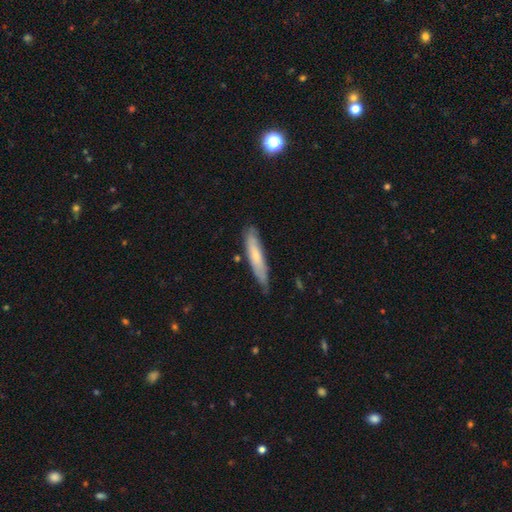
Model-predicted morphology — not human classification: smooth_or_featured: smooth (p=0.60) [alt: featured or disk p=0.35]
how_rounded: cigar-shaped (p=0.88) [alt: in between p=0.11]
merging: none (p=0.70) [alt: minor disturbance p=0.24]